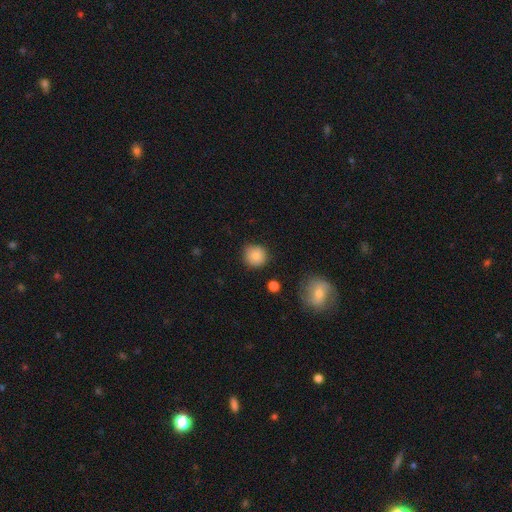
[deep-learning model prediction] This appears to be a smooth galaxy with no disk features (83%) that is round (92%). Merging: none (83%).